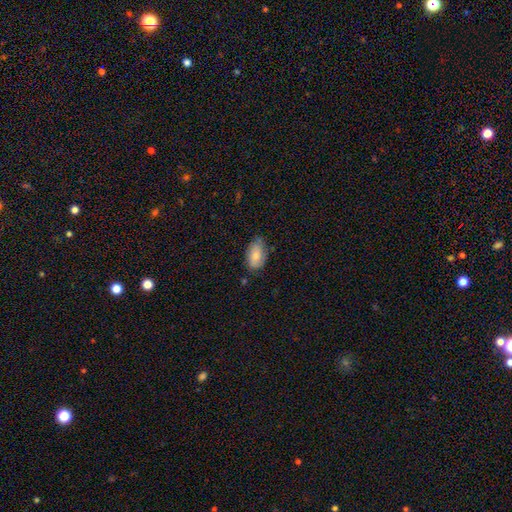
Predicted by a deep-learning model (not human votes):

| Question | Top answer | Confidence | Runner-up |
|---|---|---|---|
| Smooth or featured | smooth | 77% | featured or disk (16%) |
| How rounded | in between | 92% | round (5%) |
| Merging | none | 60% | minor disturbance (32%) |